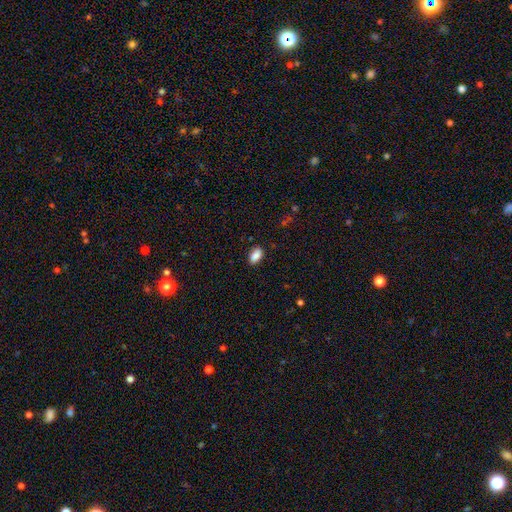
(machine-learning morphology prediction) The model was most divided on "merging": none: 84%, minor disturbance: 12%, major disturbance: 2%, merger: 1%. More confident: how rounded — in between (91%); smooth or featured — smooth (88%).